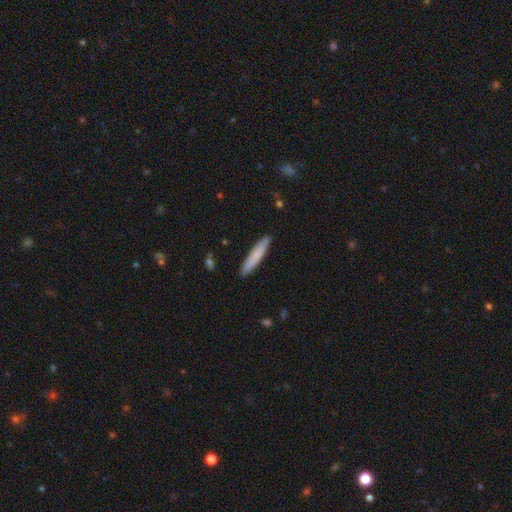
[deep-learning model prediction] Smooth or featured? Predicted: smooth (p=0.76). How rounded? Predicted: cigar-shaped (p=0.91). Merging? Predicted: none (p=0.89).